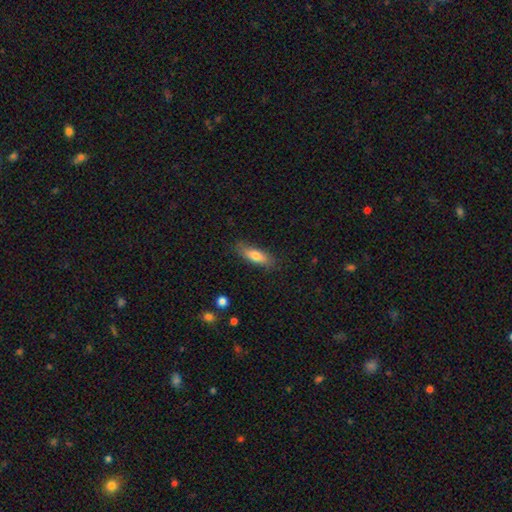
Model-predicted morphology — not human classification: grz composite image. It shows a smooth galaxy with no disk features (73%) that is in between round and cigar-shaped (53%). Merging: none (82%).